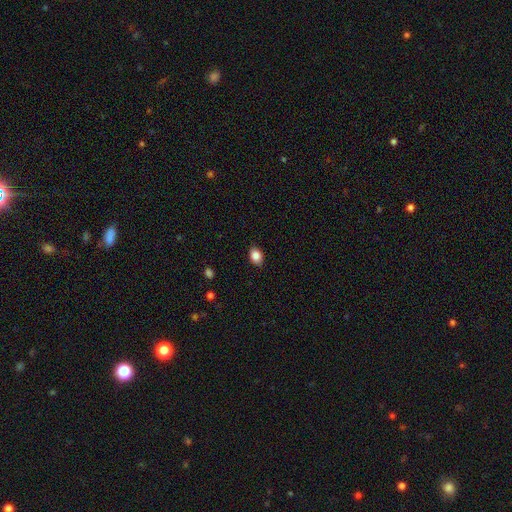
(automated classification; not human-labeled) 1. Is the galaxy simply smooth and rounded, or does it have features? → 86% smooth, 9% star or artifact, 6% featured or disk.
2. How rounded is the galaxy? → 75% in between, 23% round, 1% cigar-shaped.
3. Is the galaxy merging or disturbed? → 87% none, 10% minor disturbance, 2% major disturbance, 1% merger.